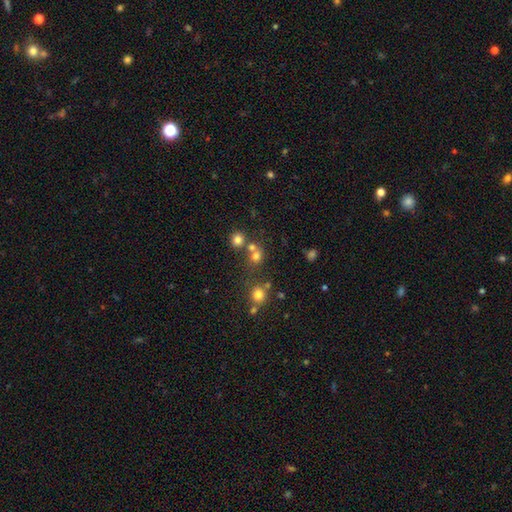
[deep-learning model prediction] Smooth or featured? smooth (70%)
How rounded? round (84%)
Merging? none (60%)